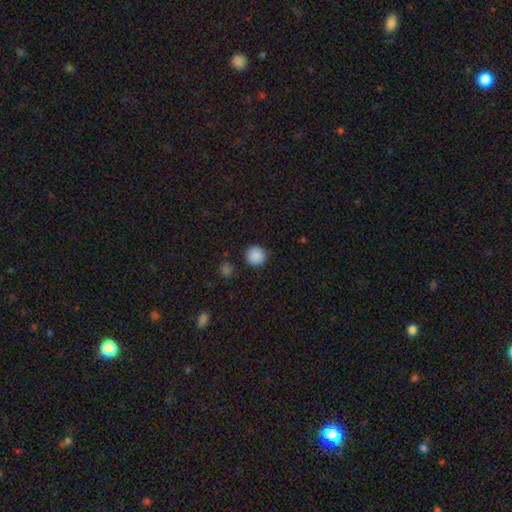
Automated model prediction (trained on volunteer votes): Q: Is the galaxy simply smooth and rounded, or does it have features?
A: smooth — 88%.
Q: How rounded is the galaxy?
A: round — 95%.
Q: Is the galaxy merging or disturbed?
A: none — 89%.